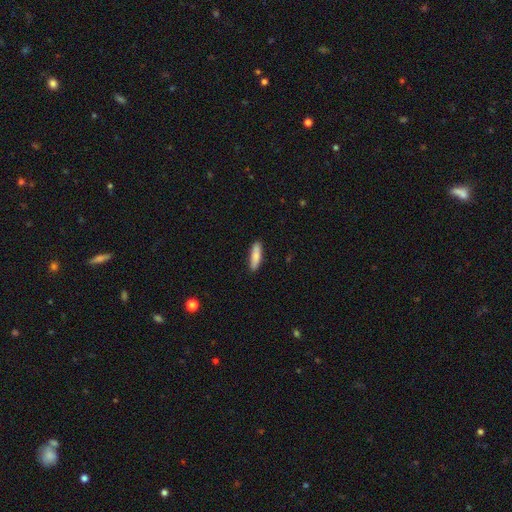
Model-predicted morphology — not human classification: A smooth galaxy with no disk features (83%) that is cigar-shaped (68%). Merging: none (89%).